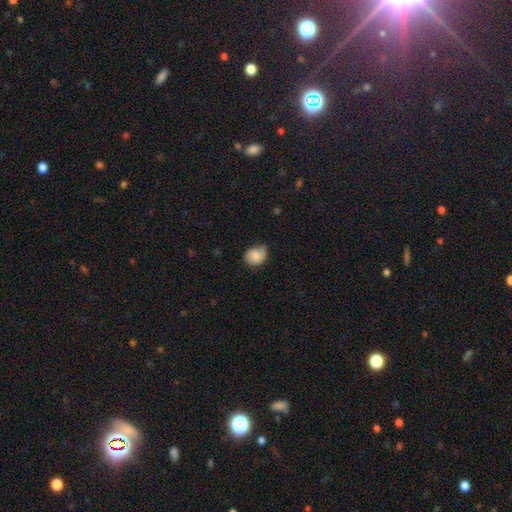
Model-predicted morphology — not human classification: This appears to be a smooth galaxy with no disk features (77%) that is in between round and cigar-shaped (51%). Merging: none (52%).